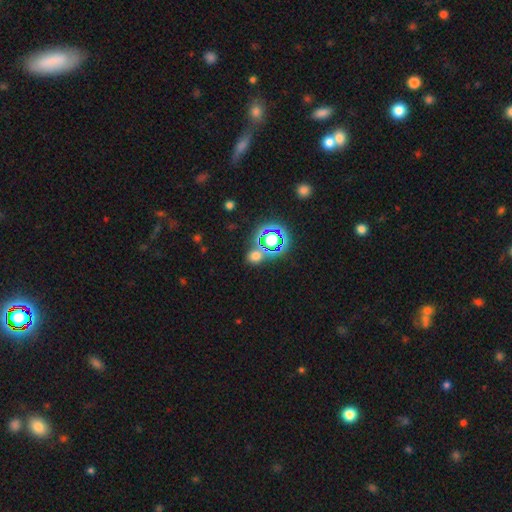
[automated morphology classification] smooth 56%, star or artifact 36%, featured or disk 8%. Down the decision tree: how rounded — round (73%); merging — none (72%).